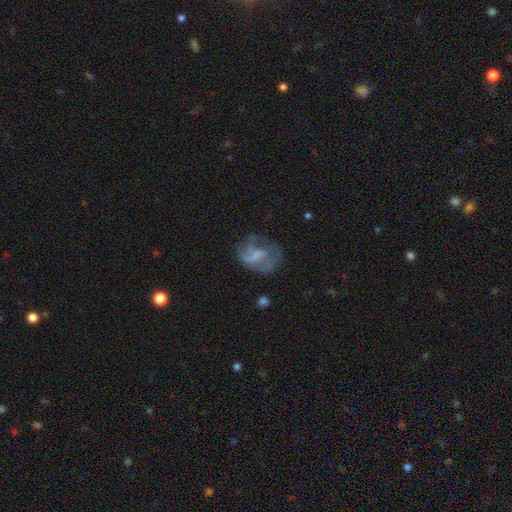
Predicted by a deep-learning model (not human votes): Smooth or featured: featured or disk — 57% (smooth — 33%)
Edge-on disk: no — 97% (yes — 3%)
Bar: no — 45% (weak — 42%)
Spiral arms: yes — 63% (no — 37%)
Bulge size: none — 50% (small — 24%)
Merging: none — 45% (major disturbance — 30%)